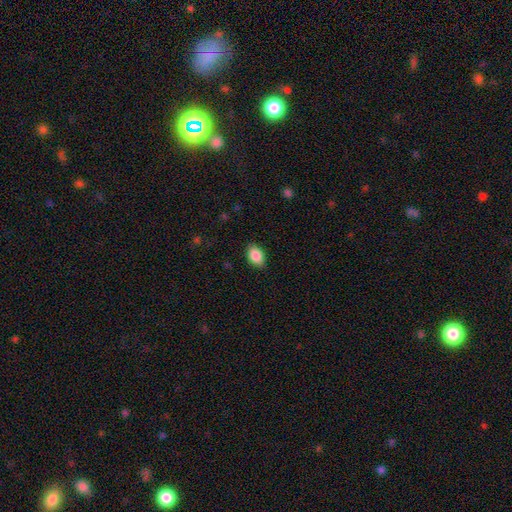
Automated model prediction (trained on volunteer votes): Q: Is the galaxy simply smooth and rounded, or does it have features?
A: smooth — 88%.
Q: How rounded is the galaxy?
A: in between — 87%.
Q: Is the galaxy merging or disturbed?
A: none — 87%.